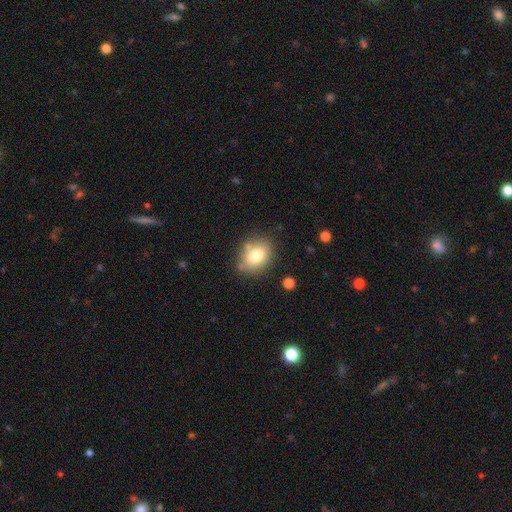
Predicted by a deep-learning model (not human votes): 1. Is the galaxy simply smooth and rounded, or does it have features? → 76% smooth, 14% featured or disk, 10% star or artifact.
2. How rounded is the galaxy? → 62% in between, 36% round, 1% cigar-shaped.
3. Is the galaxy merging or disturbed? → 74% none, 16% minor disturbance, 6% merger, 4% major disturbance.